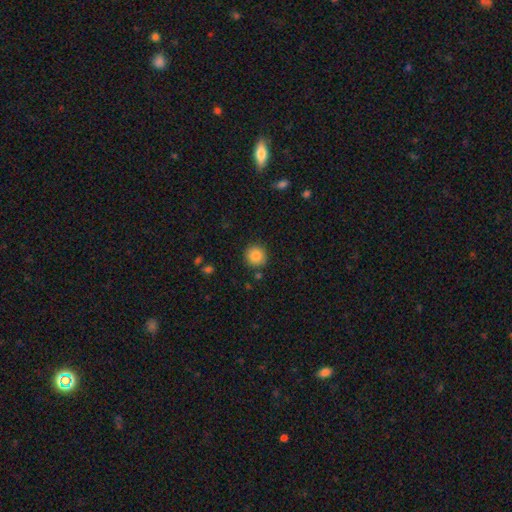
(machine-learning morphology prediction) Smooth or featured?
  - smooth: 85% *
  - star or artifact: 9%
  - featured or disk: 6%
How rounded?
  - round: 92% *
  - in between: 7%
  - cigar-shaped: 1%
Merging?
  - none: 88% *
  - minor disturbance: 7%
  - merger: 2%
  - major disturbance: 2%